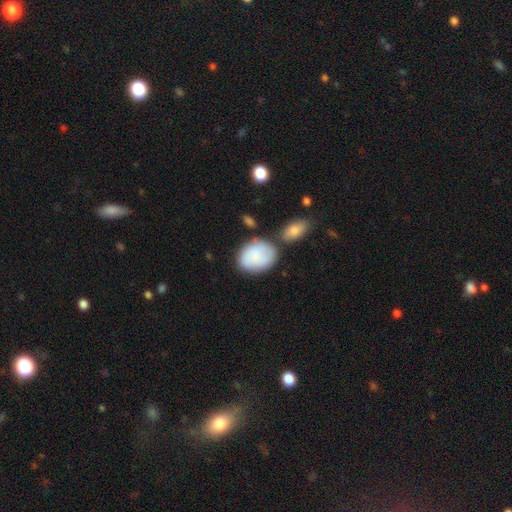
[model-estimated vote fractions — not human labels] Smooth or featured? smooth (80%)
How rounded? in between (65%)
Merging? none (56%)